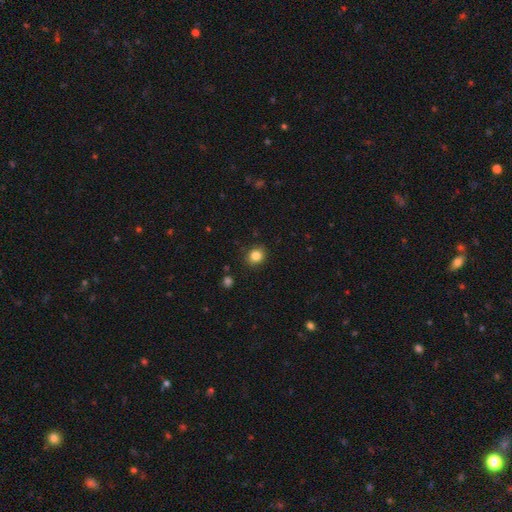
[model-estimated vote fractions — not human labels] Morphology: type=smooth (84%); roundness=round (72%); merging=none (88%).